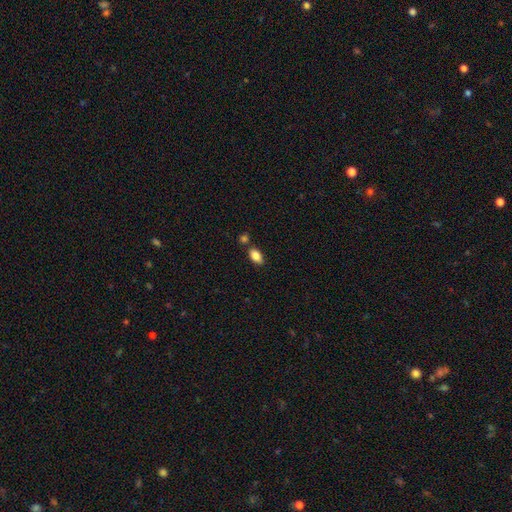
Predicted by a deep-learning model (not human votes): This appears to be a smooth galaxy with no disk features (86%) that is in between round and cigar-shaped (92%). Merging: none (73%).